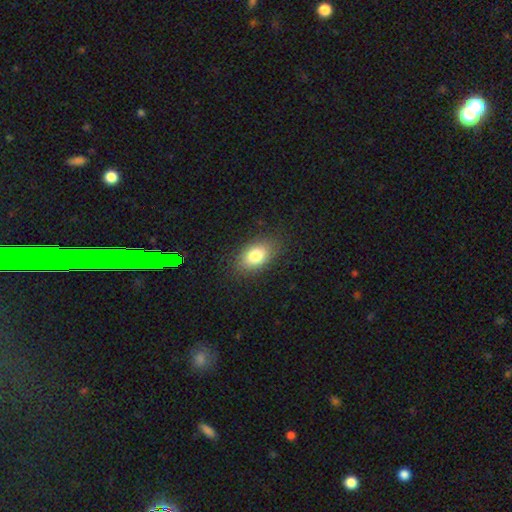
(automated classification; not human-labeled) Smooth or featured: smooth — 81% (featured or disk — 11%)
How rounded: in between — 87% (round — 11%)
Merging: none — 83% (minor disturbance — 12%)